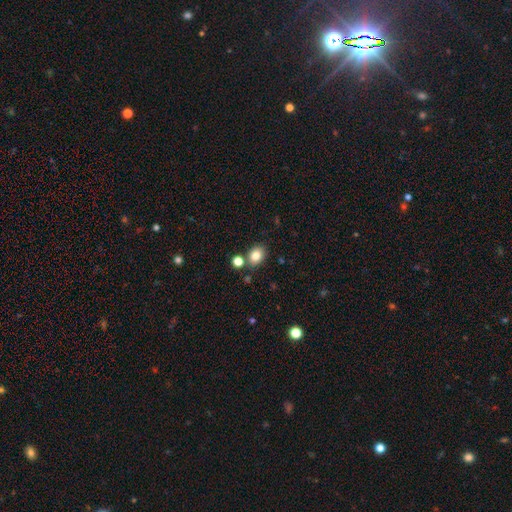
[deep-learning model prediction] Smooth or featured: smooth — 83% (star or artifact — 10%)
How rounded: in between — 60% (round — 39%)
Merging: none — 77% (merger — 10%)